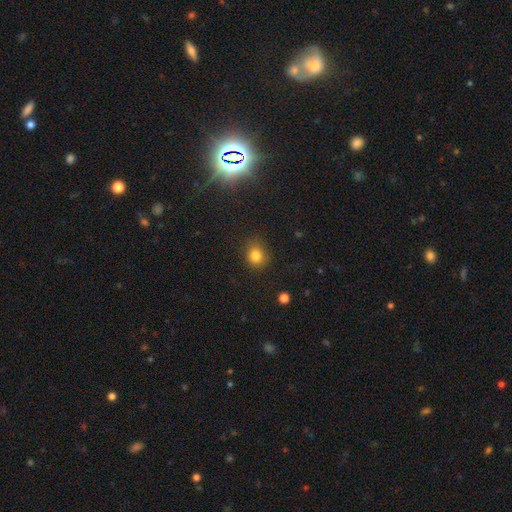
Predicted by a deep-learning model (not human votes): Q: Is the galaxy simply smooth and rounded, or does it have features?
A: smooth — 81%.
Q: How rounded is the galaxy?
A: round — 75%.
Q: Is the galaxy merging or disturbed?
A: none — 81%.